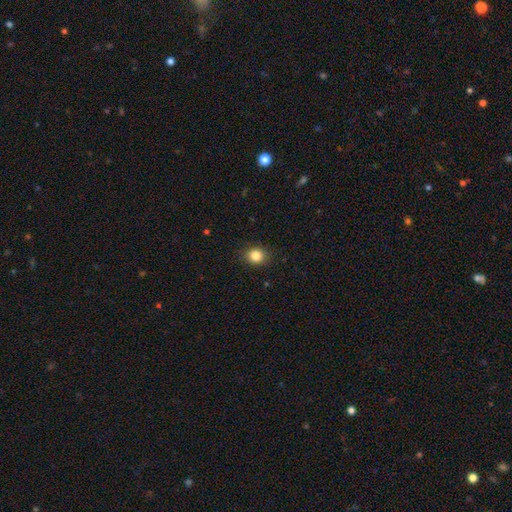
Q: Smooth or featured?
A: smooth (89%); runner-up: star or artifact (8%)
Q: How rounded?
A: round (74%); runner-up: in between (24%)
Q: Merging?
A: none (89%); runner-up: minor disturbance (11%)